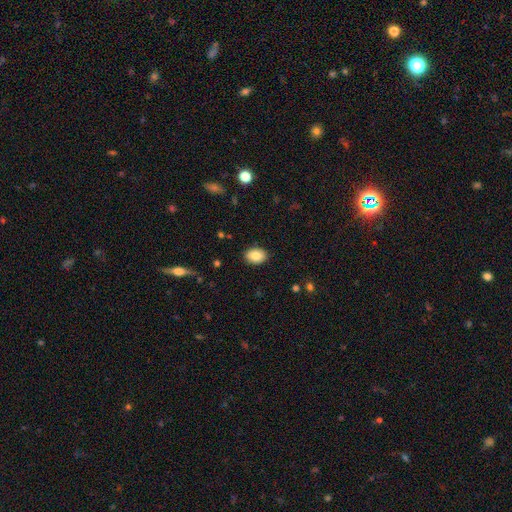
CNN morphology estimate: Smooth or featured? Predicted: smooth (p=0.86). How rounded? Predicted: in between (p=0.80). Merging? Predicted: none (p=0.88).